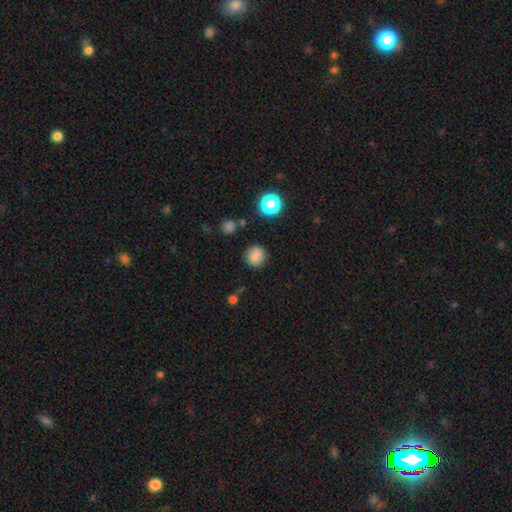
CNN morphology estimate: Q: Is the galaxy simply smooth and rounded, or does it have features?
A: smooth — 83%.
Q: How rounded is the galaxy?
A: round — 87%.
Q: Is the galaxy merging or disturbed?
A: none — 85%.